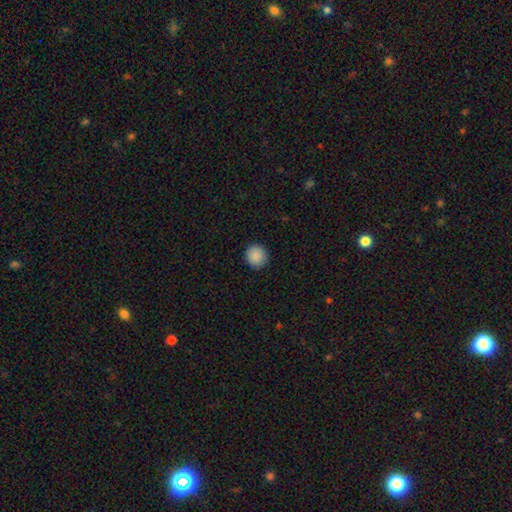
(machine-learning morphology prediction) Smooth or featured?
  - smooth: 89% *
  - star or artifact: 8%
  - featured or disk: 3%
How rounded?
  - round: 93% *
  - in between: 6%
  - cigar-shaped: 1%
Merging?
  - none: 92% *
  - minor disturbance: 5%
  - major disturbance: 2%
  - merger: 1%